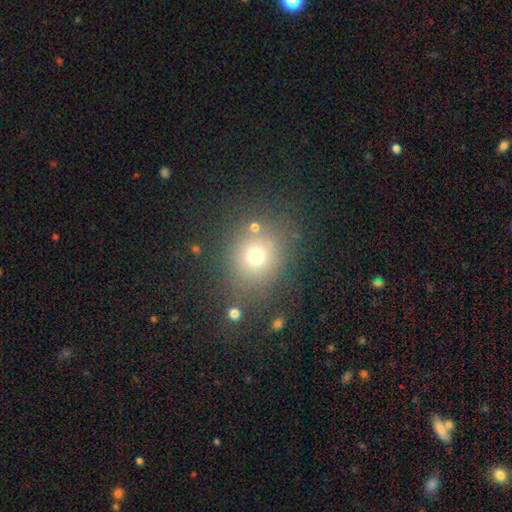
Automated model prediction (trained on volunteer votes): A smooth galaxy with no disk features (70%) that is round (77%).

Vote fractions:
- Smooth or featured? smooth: 70% / star or artifact: 18% / featured or disk: 12%
- How rounded? round: 77% / in between: 22% / cigar-shaped: 1%
- Merging? none: 77% / minor disturbance: 11% / major disturbance: 6% / merger: 6%